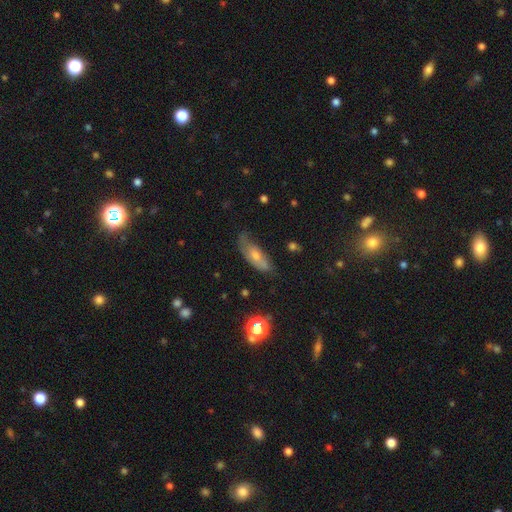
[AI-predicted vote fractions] This appears to be a featured or disk galaxy (44%). Merging: none (58%).